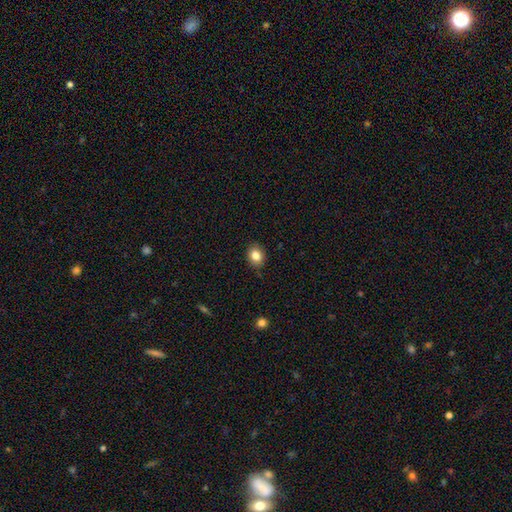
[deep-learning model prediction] Morphology: type=smooth (83%); roundness=round (51%); merging=none (87%).